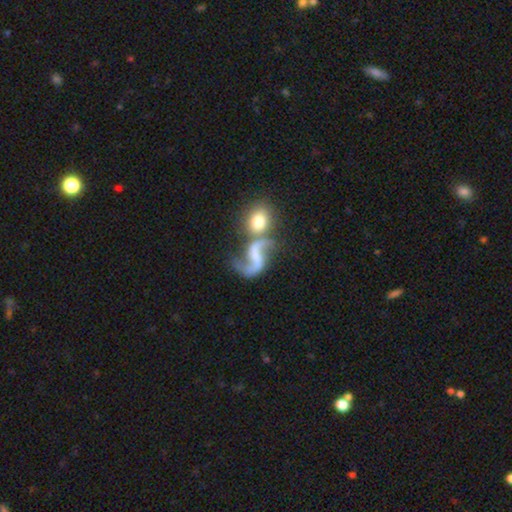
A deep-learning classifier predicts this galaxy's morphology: A featured or disk galaxy (81%) with a weak bar (41%), 2 (90%) loose (86%) spiral arms (92%) and no central bulge (42%). Merging: merger (40%).